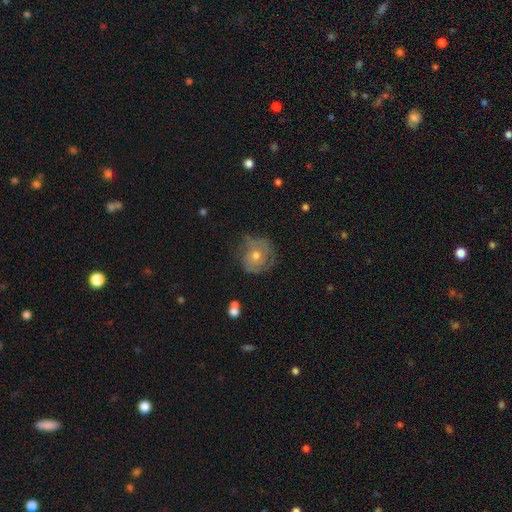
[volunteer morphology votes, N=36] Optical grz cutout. It shows a featured or disk galaxy (81%) with no bar (90%), tight (87%) spiral arms (79%) and a moderate central bulge (83%). Merging: none (86%).